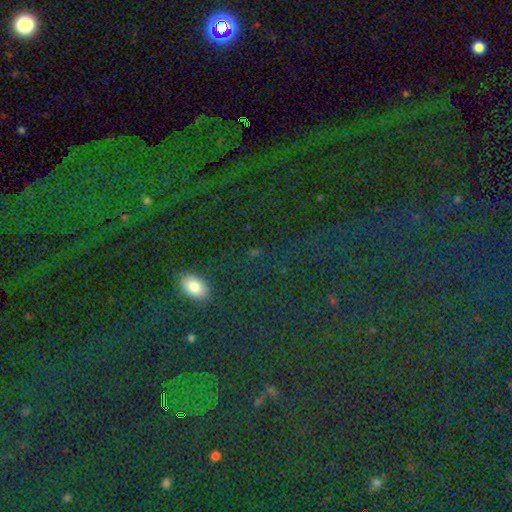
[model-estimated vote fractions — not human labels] This is possibly a star or artifact rather than a galaxy (50%).